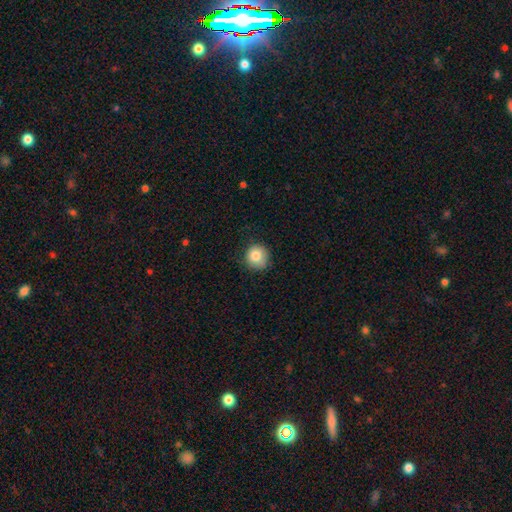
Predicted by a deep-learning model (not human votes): This is clearly a smooth galaxy (82%). How rounded: clearly round (92%). Merging: likely none (78%).